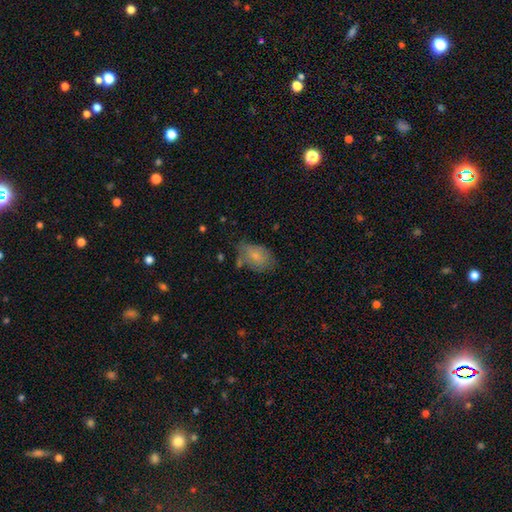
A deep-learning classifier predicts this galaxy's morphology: smooth-or-featured: smooth: 71% | featured or disk: 22% | star or artifact: 8%
  how-rounded: in between: 88% | round: 11% | cigar-shaped: 2%
  merging: none: 53% | minor disturbance: 30% | major disturbance: 10% | merger: 6%